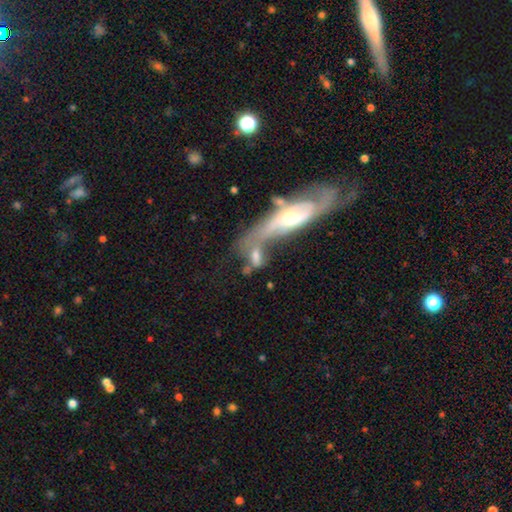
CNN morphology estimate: type=smooth (48%); merging=merger (59%).